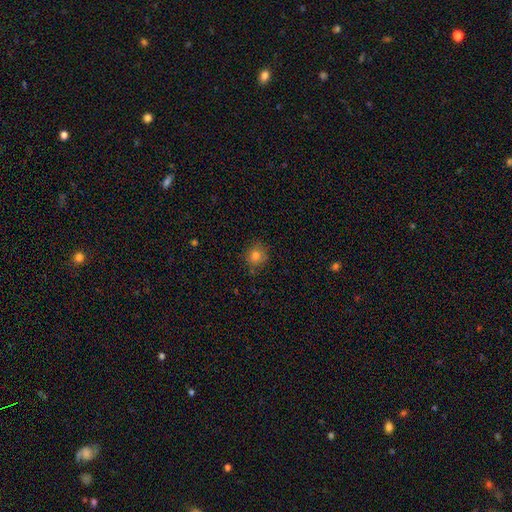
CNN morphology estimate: The model was most divided on "merging": none: 80%, minor disturbance: 15%, major disturbance: 3%, merger: 2%. More confident: how rounded — round (84%); smooth or featured — smooth (81%).